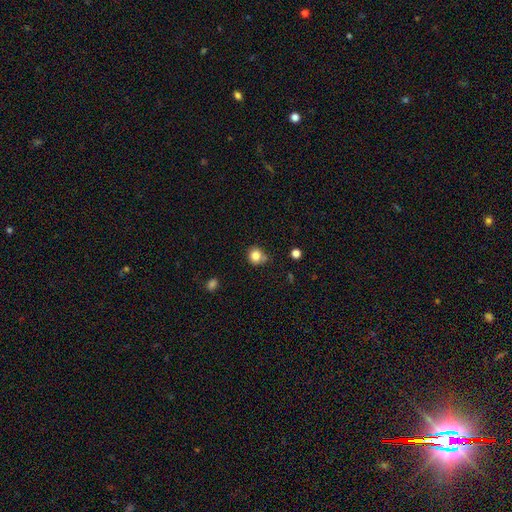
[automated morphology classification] Smooth or featured? Predicted: smooth (p=0.82). How rounded? Predicted: round (p=0.86). Merging? Predicted: none (p=0.67).